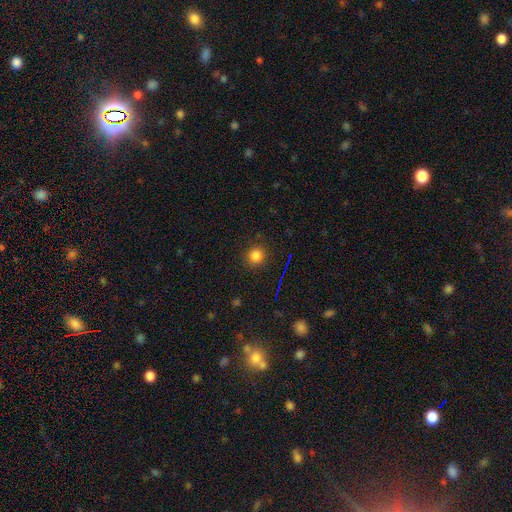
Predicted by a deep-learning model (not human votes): Smooth or featured?
  - smooth: 79% *
  - star or artifact: 15%
  - featured or disk: 5%
How rounded?
  - round: 90% *
  - in between: 9%
  - cigar-shaped: 1%
Merging?
  - none: 89% *
  - minor disturbance: 7%
  - major disturbance: 3%
  - merger: 1%